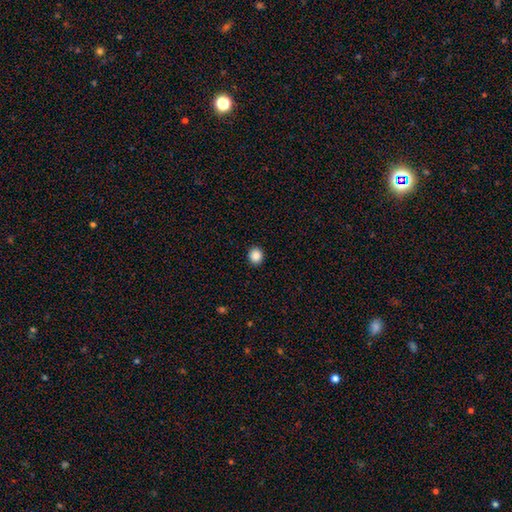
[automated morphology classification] smooth-or-featured: smooth: 88% | star or artifact: 10% | featured or disk: 3%
  how-rounded: round: 83% | in between: 16% | cigar-shaped: 1%
  merging: none: 93% | minor disturbance: 5% | major disturbance: 2% | merger: 1%